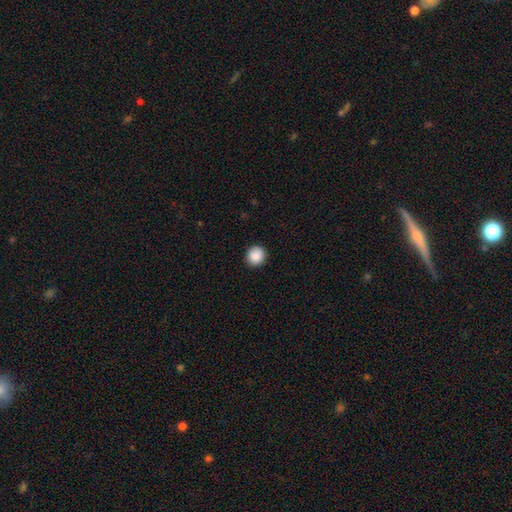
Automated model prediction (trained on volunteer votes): Smooth or featured: smooth — 89% (star or artifact — 8%)
How rounded: round — 89% (in between — 10%)
Merging: none — 91% (minor disturbance — 6%)